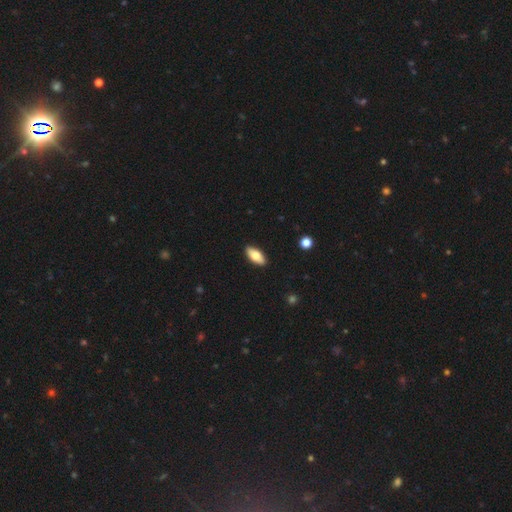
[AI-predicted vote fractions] The model was most divided on "smooth or featured": smooth: 72%, featured or disk: 22%, star or artifact: 6%. More confident: merging — none (90%); how rounded — in between (86%).